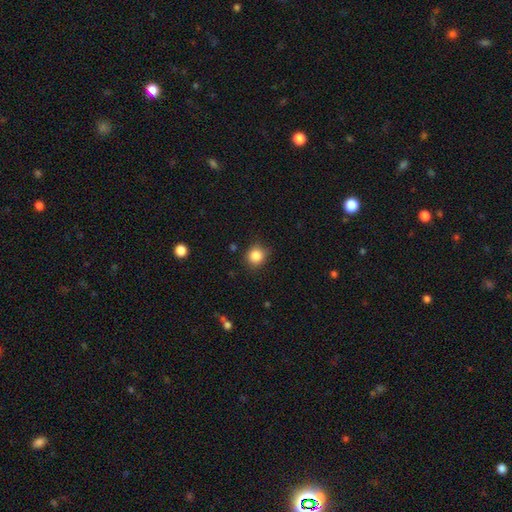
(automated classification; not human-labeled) Smooth or featured? smooth (85%)
How rounded? round (88%)
Merging? none (83%)